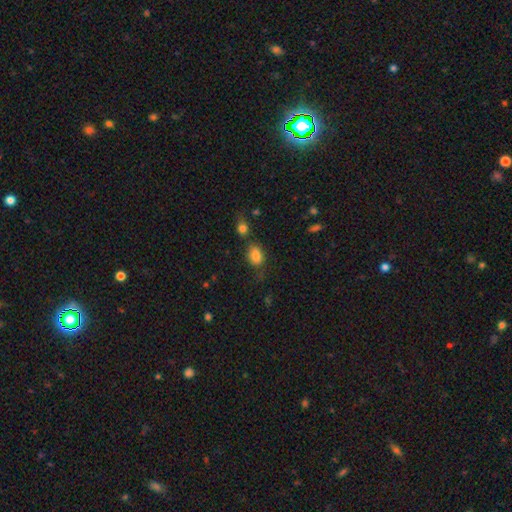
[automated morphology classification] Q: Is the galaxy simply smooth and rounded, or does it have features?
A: smooth — 83%.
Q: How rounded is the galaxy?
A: in between — 81%.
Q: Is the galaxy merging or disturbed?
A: none — 60%.